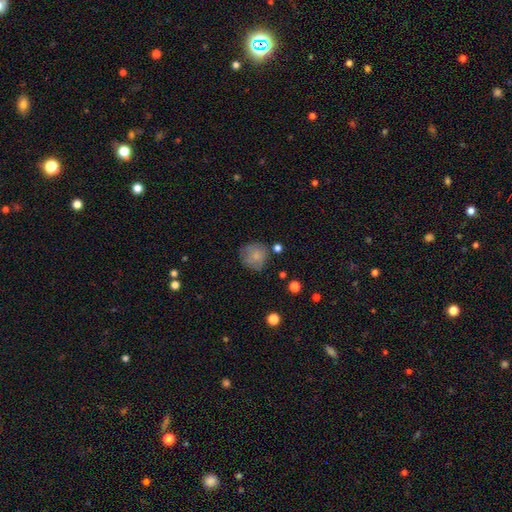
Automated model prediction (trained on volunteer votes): smooth 75%, featured or disk 15%, star or artifact 9%. Down the decision tree: how rounded — round (87%); merging — none (65%).